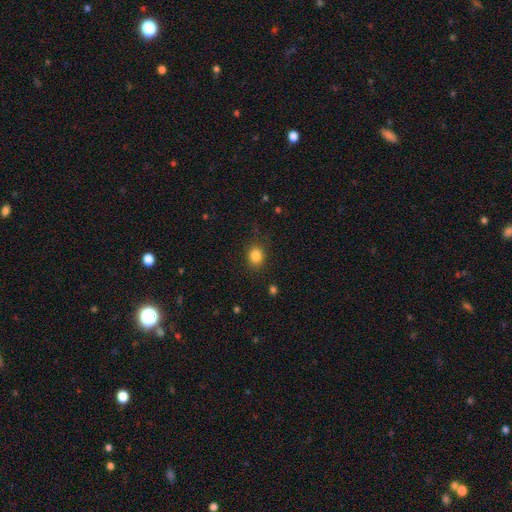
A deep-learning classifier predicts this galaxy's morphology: Smooth or featured: smooth — 84% (star or artifact — 11%)
How rounded: round — 60% (in between — 39%)
Merging: none — 86% (minor disturbance — 10%)